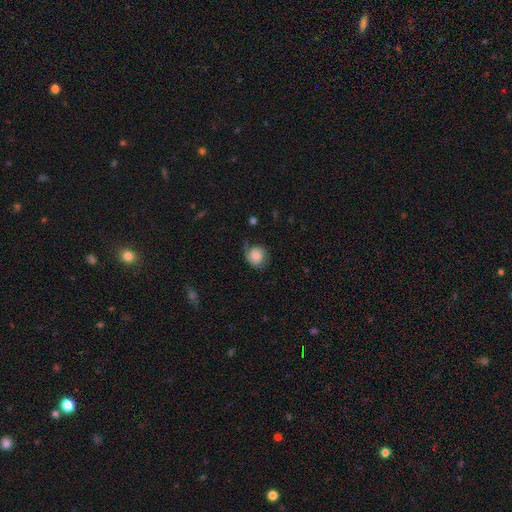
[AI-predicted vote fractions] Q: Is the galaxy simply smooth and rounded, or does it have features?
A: smooth — 57%.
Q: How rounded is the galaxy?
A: round — 80%.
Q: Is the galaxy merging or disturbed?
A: none — 60%.